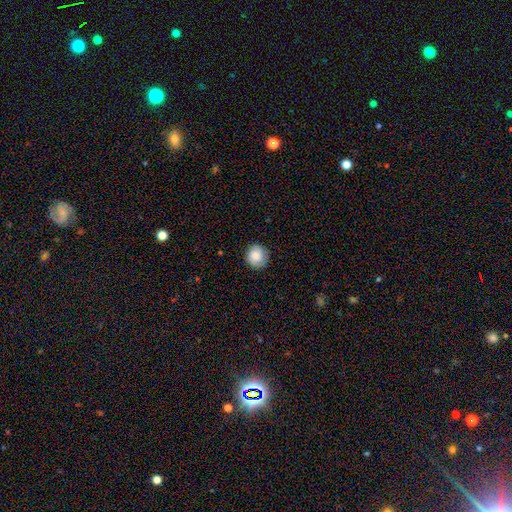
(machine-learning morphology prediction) A smooth galaxy with no disk features (86%) that is round (90%). Merging: none (85%).